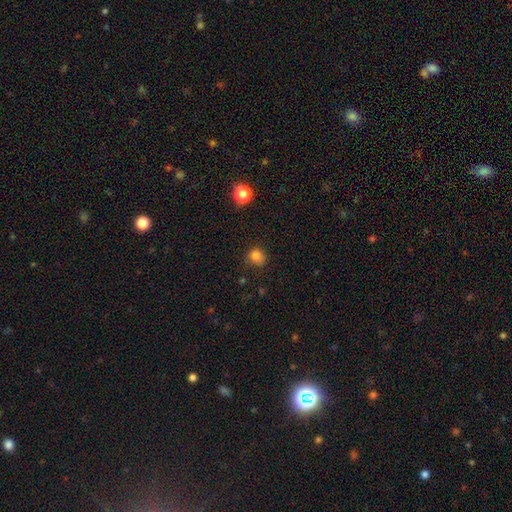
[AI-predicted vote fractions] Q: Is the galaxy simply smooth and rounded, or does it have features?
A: smooth — 79%.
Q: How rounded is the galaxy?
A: round — 81%.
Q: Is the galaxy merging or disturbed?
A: none — 72%.